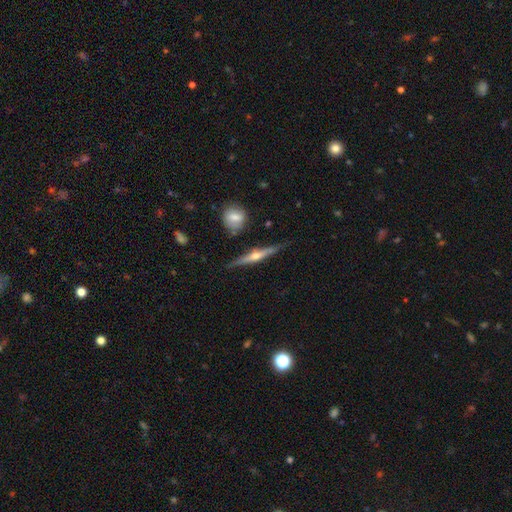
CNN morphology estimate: Smooth or featured? featured or disk (76%)
Edge-on disk? yes (97%)
Edge-on bulge? rounded (91%)
Merging? none (85%)